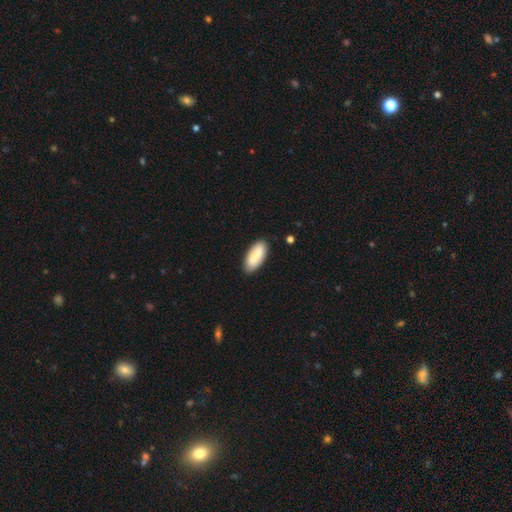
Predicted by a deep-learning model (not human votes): Overall: smooth (75%). How rounded: in between (83%). Merging: none (87%).